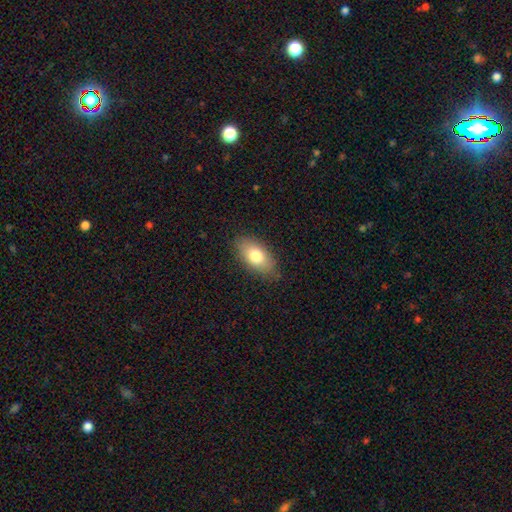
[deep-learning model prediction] smooth 77%, featured or disk 16%, star or artifact 7%. Down the decision tree: how rounded — in between (91%); merging — none (80%).